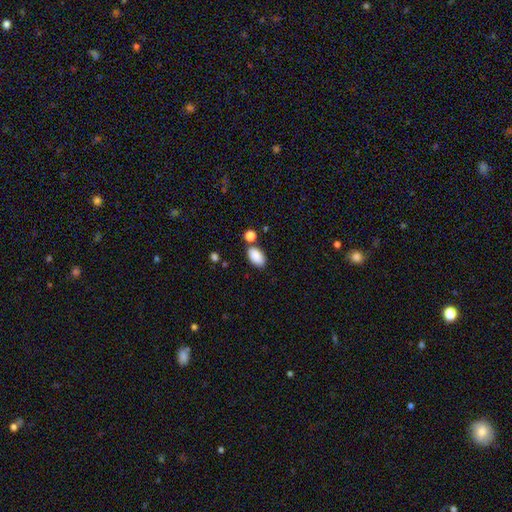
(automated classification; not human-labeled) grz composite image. It shows a smooth galaxy with no disk features (88%) that is in between round and cigar-shaped (93%). Merging: none (71%).